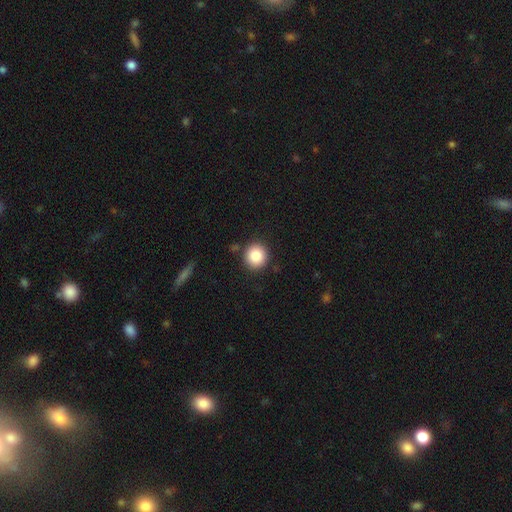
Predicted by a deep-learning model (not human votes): smooth 87%, star or artifact 9%, featured or disk 4%. Down the decision tree: how rounded — round (93%); merging — none (88%).